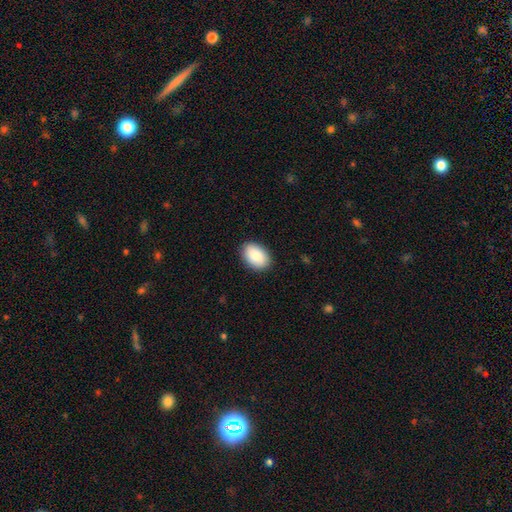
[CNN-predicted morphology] A smooth galaxy with no disk features (89%) that is in between round and cigar-shaped (90%). Merging: none (89%).